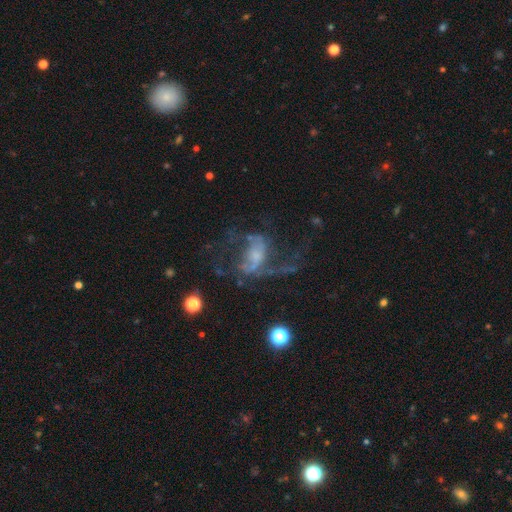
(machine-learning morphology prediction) type=featured or disk (68%); edge-on=no (95%); bar=no (62%); spiral arms=yes (62%); bulge=small (40%); merging=major disturbance (43%).